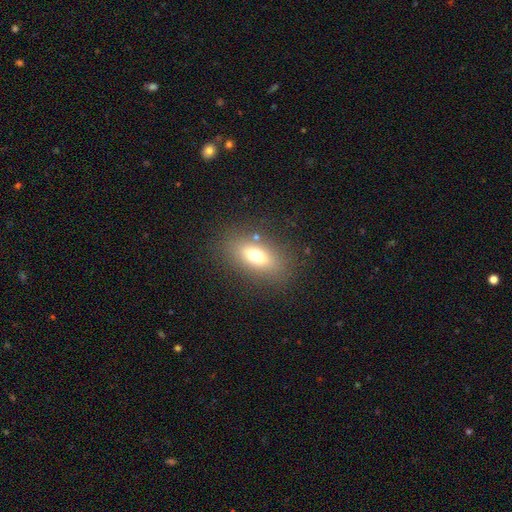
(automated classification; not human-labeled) The model was most divided on "smooth or featured": smooth: 68%, featured or disk: 21%, star or artifact: 12%. More confident: merging — none (82%); how rounded — in between (80%).